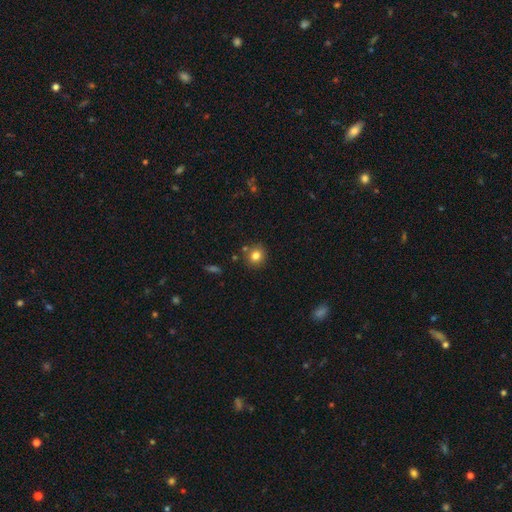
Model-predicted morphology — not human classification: The model was most divided on "how rounded": round: 84%, in between: 15%, cigar-shaped: 1%. More confident: merging — none (82%); smooth or featured — smooth (81%).